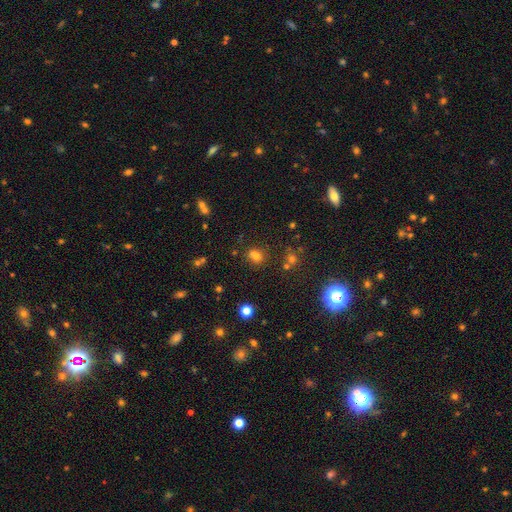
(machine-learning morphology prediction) Smooth or featured: smooth — 68% (star or artifact — 23%)
How rounded: in between — 51% (round — 47%)
Merging: none — 64% (merger — 17%)